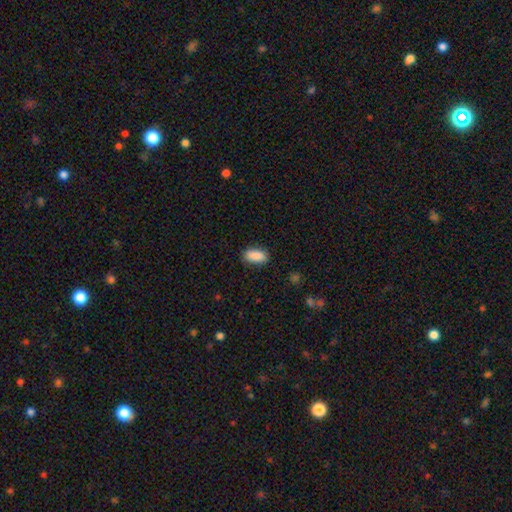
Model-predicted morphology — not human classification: The model was most divided on "merging": none: 86%, minor disturbance: 10%, major disturbance: 2%, merger: 1%. More confident: how rounded — in between (90%); smooth or featured — smooth (90%).